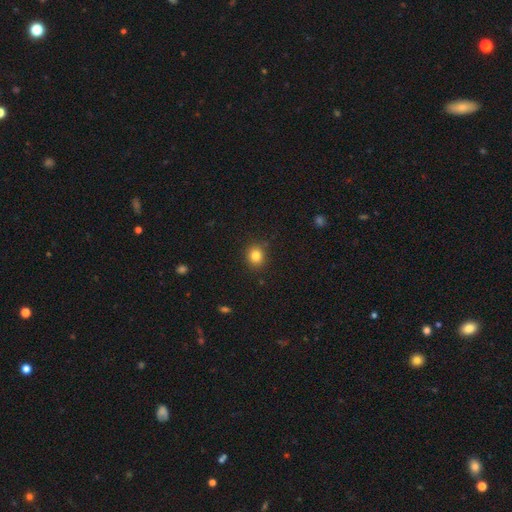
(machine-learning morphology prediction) Smooth or featured? smooth (82%)
How rounded? round (82%)
Merging? none (88%)